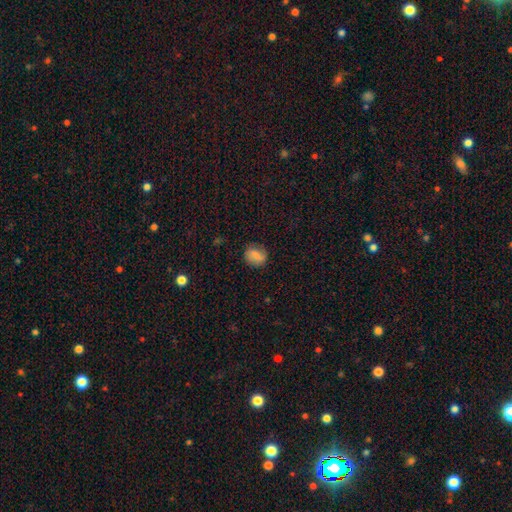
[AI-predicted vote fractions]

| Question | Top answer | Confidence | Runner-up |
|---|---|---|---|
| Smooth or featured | smooth | 71% | featured or disk (20%) |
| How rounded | round | 62% | in between (36%) |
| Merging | none | 80% | minor disturbance (14%) |